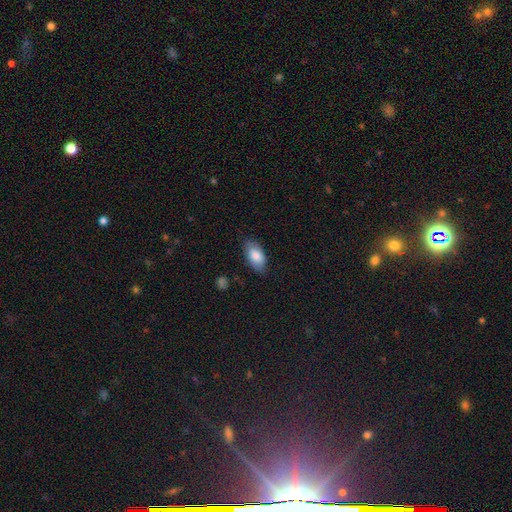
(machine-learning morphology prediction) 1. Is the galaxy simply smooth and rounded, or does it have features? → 80% smooth, 14% featured or disk, 6% star or artifact.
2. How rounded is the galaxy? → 94% in between, 3% cigar-shaped, 3% round.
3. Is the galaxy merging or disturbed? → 77% none, 18% minor disturbance, 4% major disturbance, 1% merger.